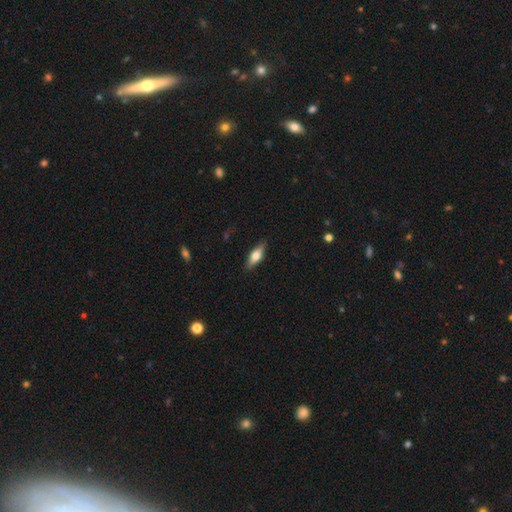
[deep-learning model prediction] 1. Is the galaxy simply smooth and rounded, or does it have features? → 55% smooth, 39% featured or disk, 6% star or artifact.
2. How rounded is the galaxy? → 59% in between, 38% cigar-shaped, 3% round.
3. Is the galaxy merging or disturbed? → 85% none, 12% minor disturbance, 2% major disturbance, 1% merger.